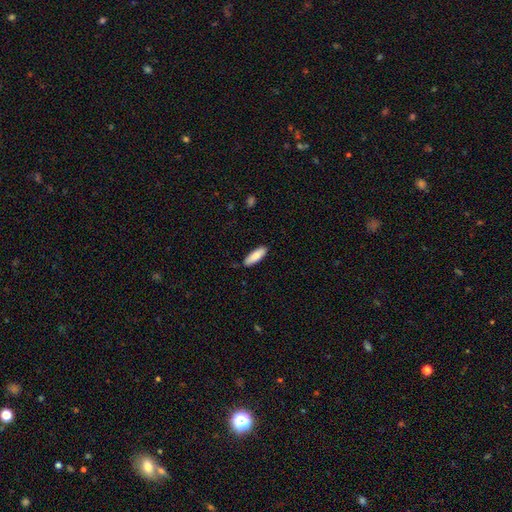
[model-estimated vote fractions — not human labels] A smooth galaxy with no disk features (88%) that is in between round and cigar-shaped (57%). Merging: none (86%).